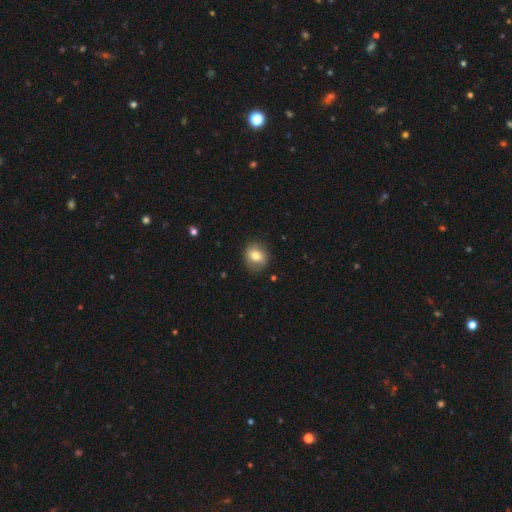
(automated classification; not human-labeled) Smooth or featured? smooth (75%)
How rounded? round (73%)
Merging? none (85%)